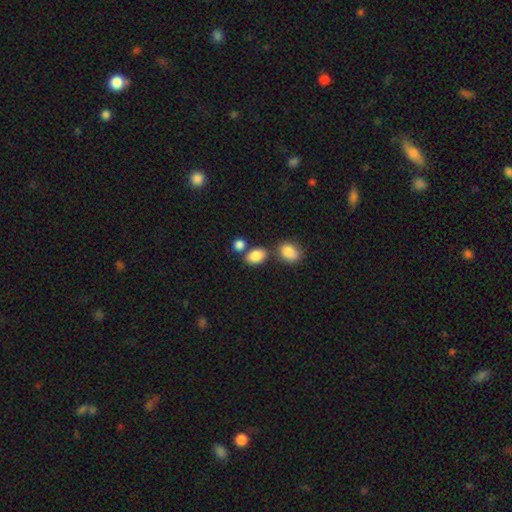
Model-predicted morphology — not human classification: smooth_or_featured: smooth (p=0.86) [alt: star or artifact p=0.09]
how_rounded: in between (p=0.82) [alt: round p=0.16]
merging: none (p=0.65) [alt: merger p=0.19]